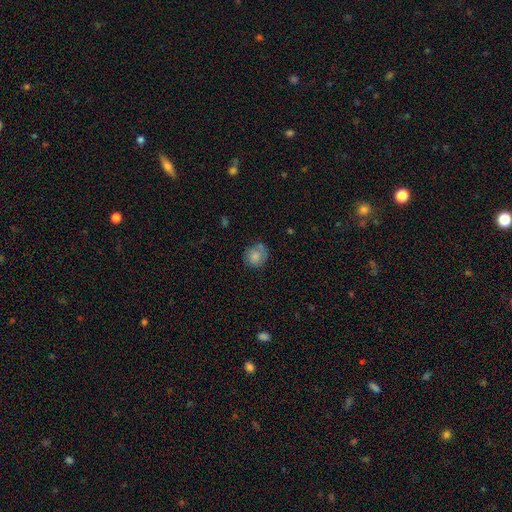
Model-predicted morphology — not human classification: type=smooth (80%); roundness=round (72%); merging=none (61%).